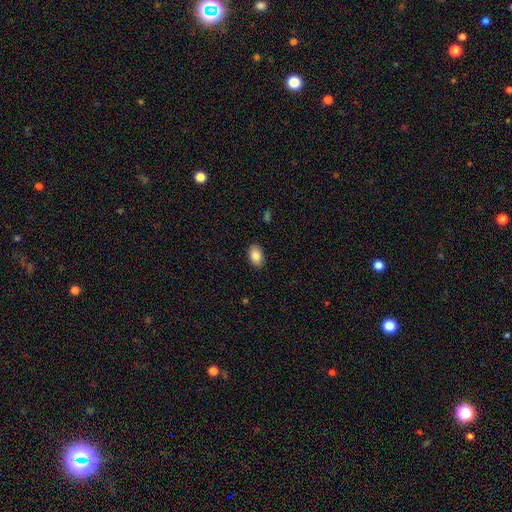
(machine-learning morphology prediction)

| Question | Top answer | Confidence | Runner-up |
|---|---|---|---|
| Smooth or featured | smooth | 87% | star or artifact (7%) |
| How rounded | in between | 89% | round (10%) |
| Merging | none | 88% | minor disturbance (9%) |